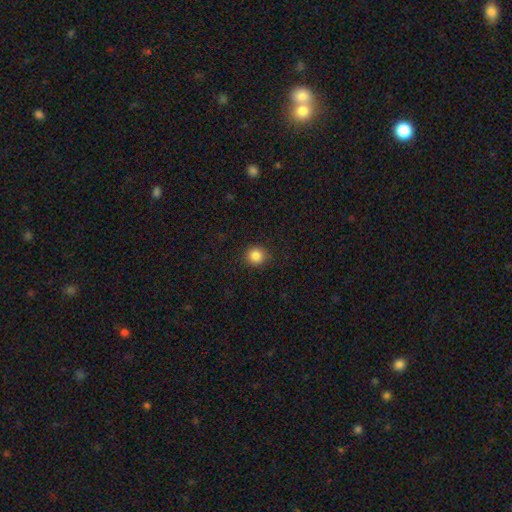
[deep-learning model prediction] The model was most divided on "smooth or featured": smooth: 85%, star or artifact: 10%, featured or disk: 4%. More confident: how rounded — round (91%); merging — none (91%).